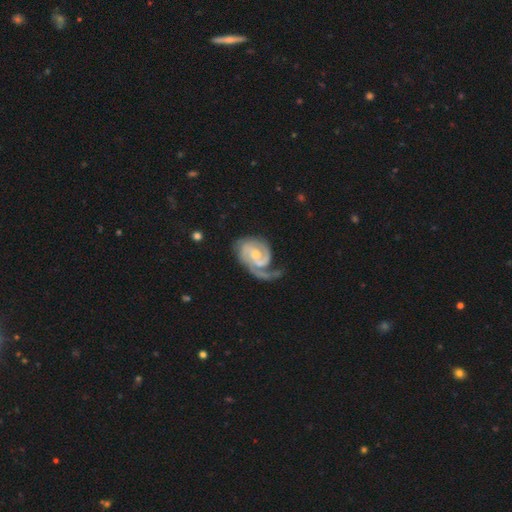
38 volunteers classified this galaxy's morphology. smooth-or-featured: featured or disk: 92% | star or artifact: 8% | smooth: 0%
  disk-edge-on: no: 100% | yes: 0%
    bar: no: 66% | weak: 23% | strong: 11%
    has-spiral-arms: yes: 100% | no: 0%
      spiral-winding: tight: 57% | medium: 29% | loose: 14%
      spiral-arm-count: 2: 49% | 1: 20% | 3: 20% | can't tell: 9% | 4: 3% | more than 4: 0%
    bulge-size: moderate: 49% (tied) | small: 49% (tied) | none: 3% | dominant: 0% | large: 0%
  merging: none: 46% | major disturbance: 31% | minor disturbance: 23% | merger: 0%